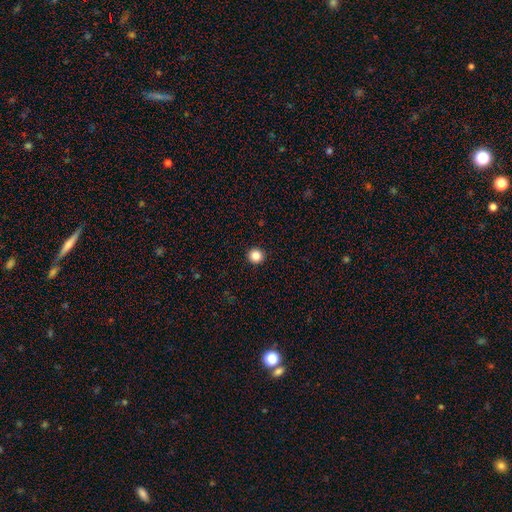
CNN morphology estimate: This is clearly a smooth galaxy (85%). How rounded: clearly round (96%). Merging: clearly none (94%).